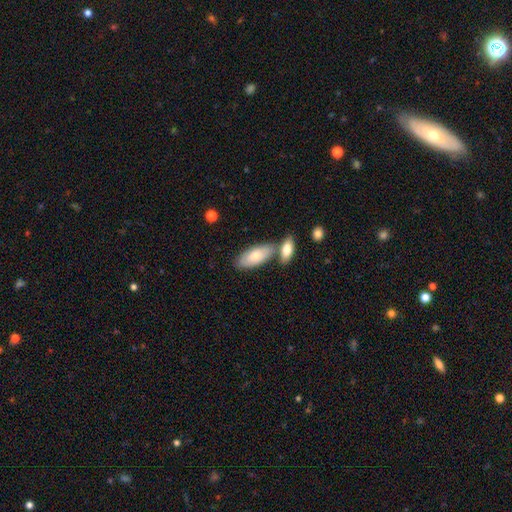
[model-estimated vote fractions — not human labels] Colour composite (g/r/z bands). It shows a smooth galaxy with no disk features (72%) that is in between round and cigar-shaped (87%). Merging: none (61%).